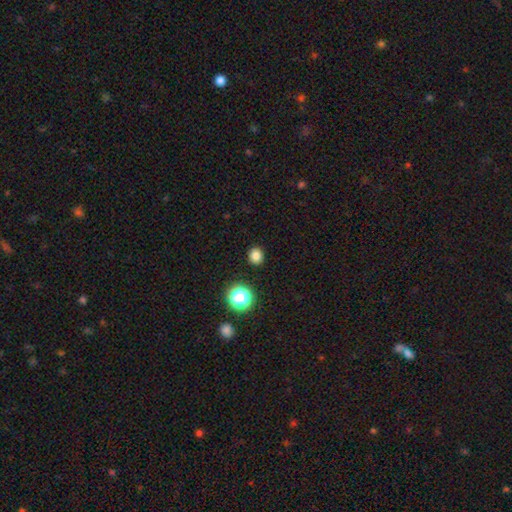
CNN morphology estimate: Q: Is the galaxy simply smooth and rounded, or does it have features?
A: smooth — 81%.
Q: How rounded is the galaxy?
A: round — 77%.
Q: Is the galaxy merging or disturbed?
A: none — 91%.